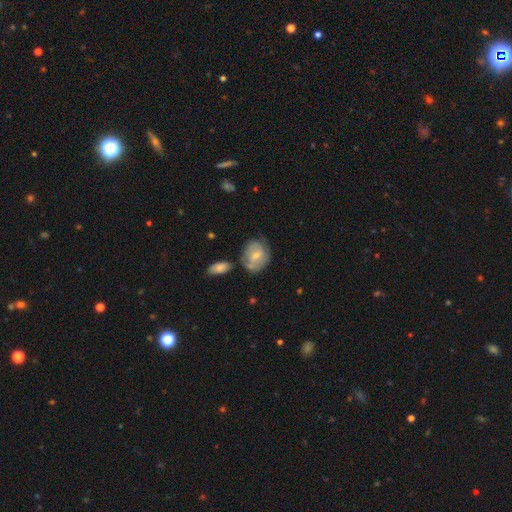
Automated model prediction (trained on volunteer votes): Q: Smooth or featured?
A: featured or disk (47%); runner-up: smooth (46%)
Q: Merging?
A: none (52%); runner-up: minor disturbance (23%)